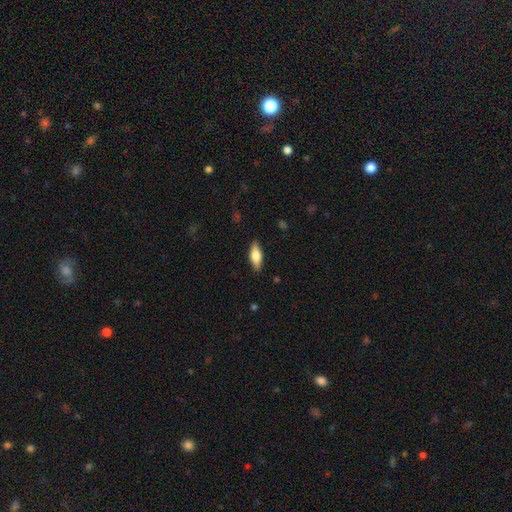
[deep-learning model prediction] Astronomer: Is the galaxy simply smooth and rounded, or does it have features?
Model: smooth — 68%.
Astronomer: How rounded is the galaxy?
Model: in between — 67%.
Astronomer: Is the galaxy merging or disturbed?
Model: none — 87%.